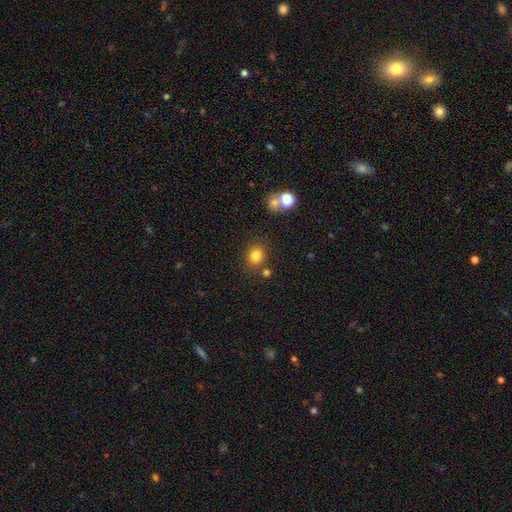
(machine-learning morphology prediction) A smooth galaxy with no disk features (81%) that is round (72%). Merging: none (78%).